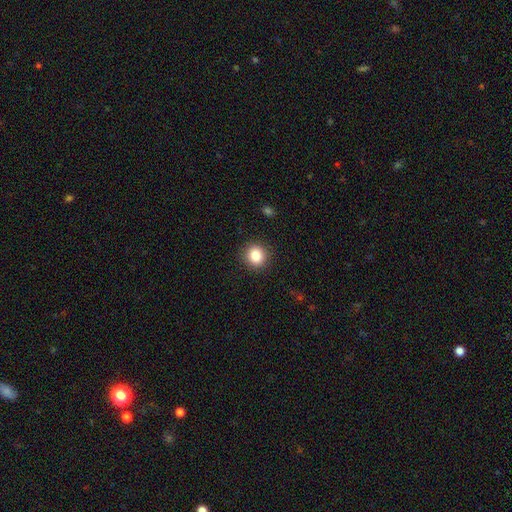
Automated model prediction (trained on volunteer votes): This appears to be a smooth galaxy with no disk features (84%) that is round (88%). Merging: none (91%).